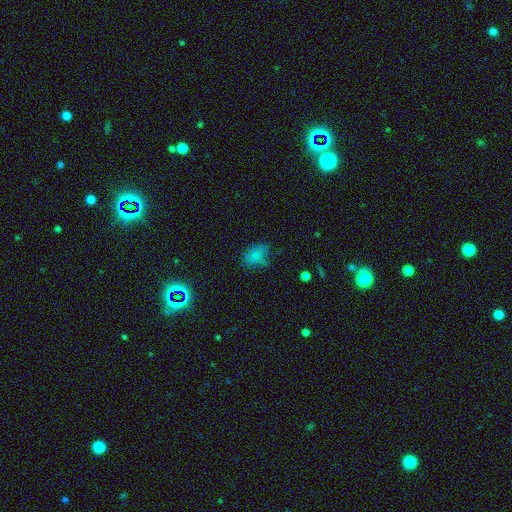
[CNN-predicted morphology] smooth-or-featured: smooth: 75% | star or artifact: 15% | featured or disk: 9%
  how-rounded: in between: 80% | round: 18% | cigar-shaped: 2%
  merging: none: 54% | minor disturbance: 29% | major disturbance: 13% | merger: 4%